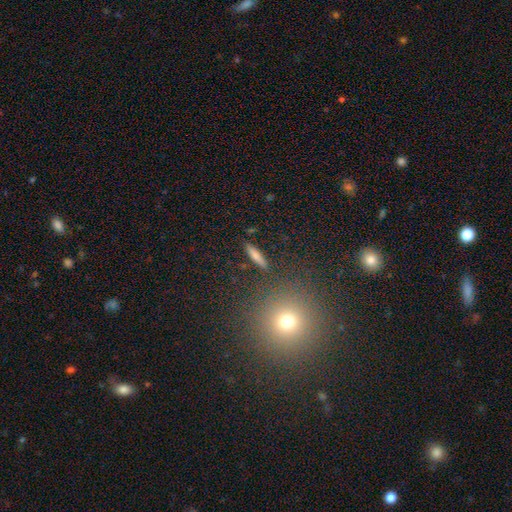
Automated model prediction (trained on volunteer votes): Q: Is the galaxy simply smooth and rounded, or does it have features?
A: smooth — 59%.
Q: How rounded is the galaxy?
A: cigar-shaped — 73%.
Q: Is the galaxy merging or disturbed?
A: none — 89%.